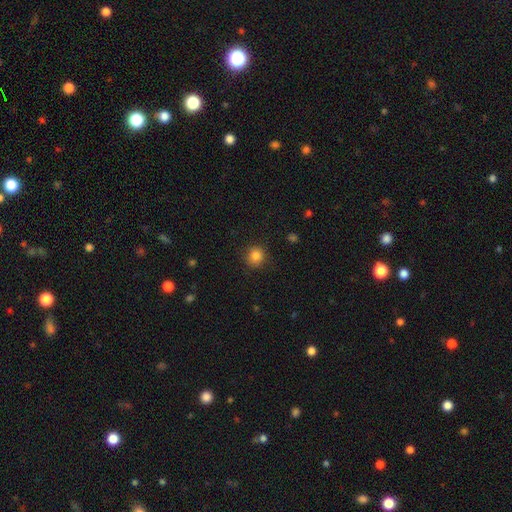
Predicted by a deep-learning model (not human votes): A smooth galaxy with no disk features (84%) that is round (91%). Merging: none (86%).